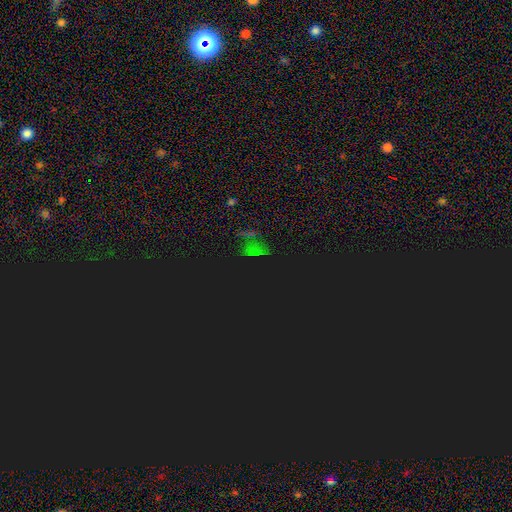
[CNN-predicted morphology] Q: Smooth or featured?
A: star or artifact (77%); runner-up: smooth (15%)